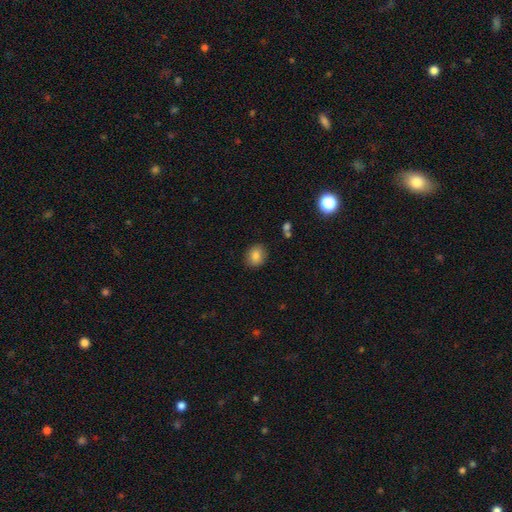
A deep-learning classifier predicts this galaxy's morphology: Smooth or featured?
  - smooth: 84% *
  - star or artifact: 9%
  - featured or disk: 7%
How rounded?
  - round: 61% *
  - in between: 38%
  - cigar-shaped: 1%
Merging?
  - none: 87% *
  - minor disturbance: 9%
  - major disturbance: 2%
  - merger: 2%